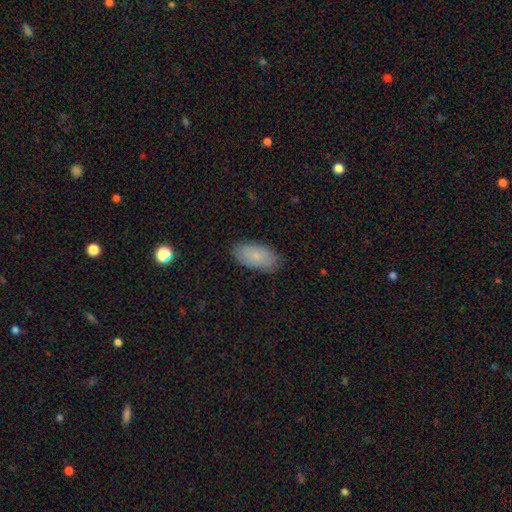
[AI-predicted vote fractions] The model was most divided on "smooth or featured": smooth: 81%, featured or disk: 12%, star or artifact: 7%. More confident: how rounded — in between (93%); merging — none (85%).